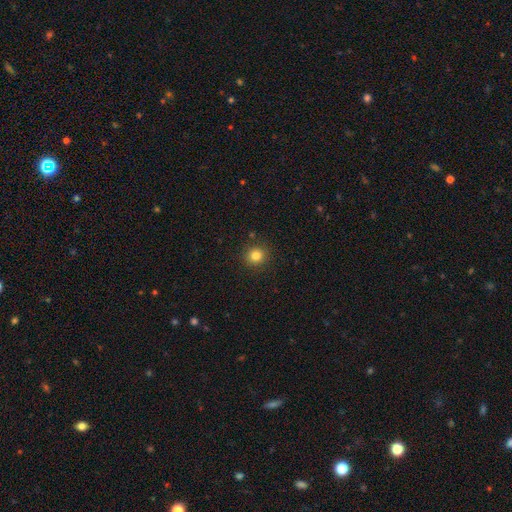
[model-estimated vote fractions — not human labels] Q: Smooth or featured?
A: smooth (83%); runner-up: star or artifact (12%)
Q: How rounded?
A: round (91%); runner-up: in between (8%)
Q: Merging?
A: none (90%); runner-up: minor disturbance (6%)